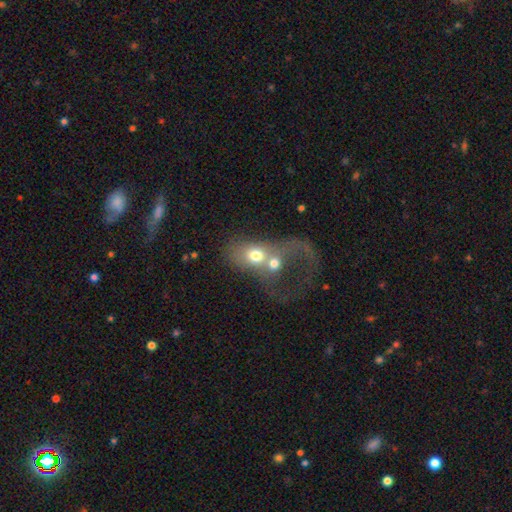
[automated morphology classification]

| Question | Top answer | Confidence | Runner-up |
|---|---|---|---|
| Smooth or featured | smooth | 54% | featured or disk (35%) |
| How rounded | round | 49% | in between (48%) |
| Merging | merger | 72% | major disturbance (14%) |